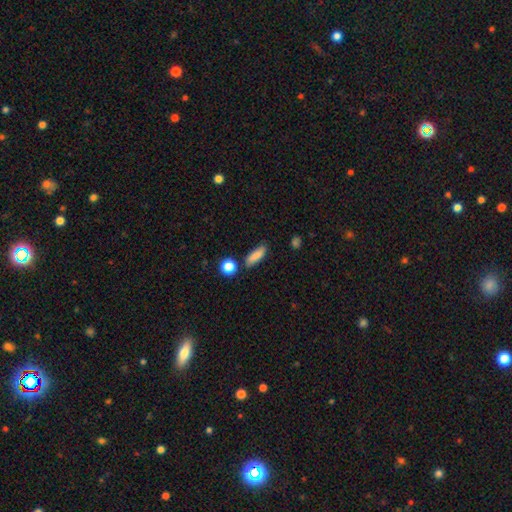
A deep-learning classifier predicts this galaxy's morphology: smooth_or_featured: smooth (p=0.84) [alt: star or artifact p=0.08]
how_rounded: in between (p=0.50) [alt: cigar-shaped p=0.46]
merging: none (p=0.79) [alt: minor disturbance p=0.13]